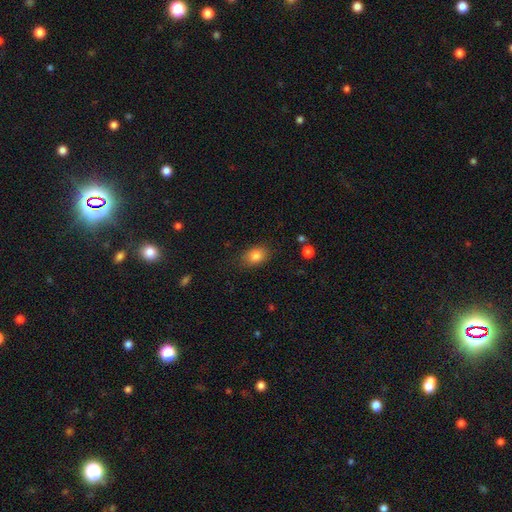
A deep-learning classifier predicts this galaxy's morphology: This is clearly a smooth galaxy (84%). How rounded: likely in between (76%). Merging: clearly none (81%).